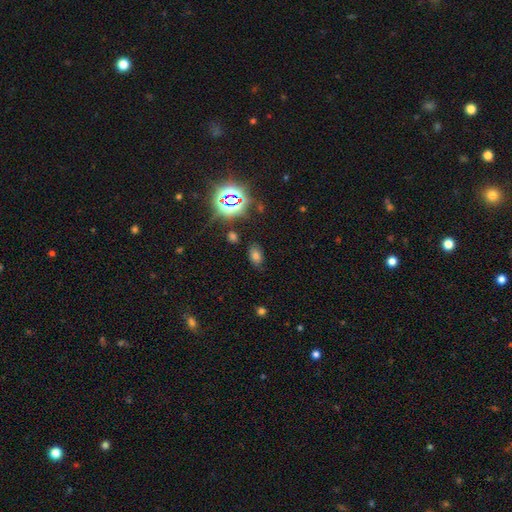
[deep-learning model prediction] A smooth galaxy with no disk features (58%) that is in between round and cigar-shaped (84%). Merging: none (81%).